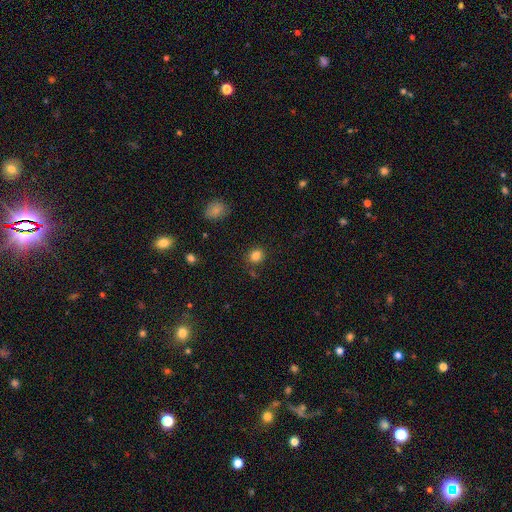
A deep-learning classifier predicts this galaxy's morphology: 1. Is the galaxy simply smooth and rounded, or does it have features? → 84% smooth, 12% star or artifact, 4% featured or disk.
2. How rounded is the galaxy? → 73% round, 26% in between, 1% cigar-shaped.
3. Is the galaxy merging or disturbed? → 82% none, 12% minor disturbance, 4% major disturbance, 3% merger.